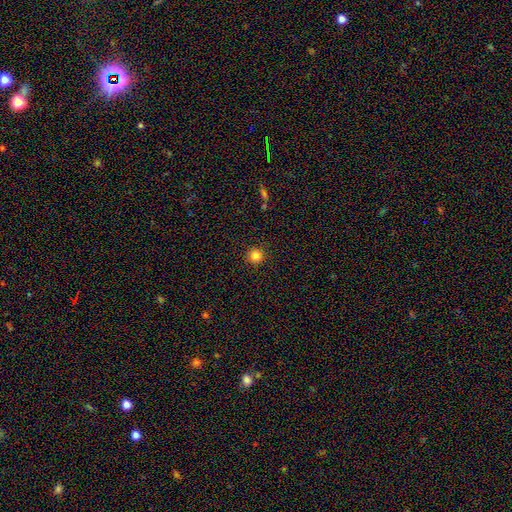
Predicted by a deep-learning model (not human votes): Smooth or featured?
  - smooth: 83% *
  - star or artifact: 12%
  - featured or disk: 5%
How rounded?
  - round: 95% *
  - in between: 4%
  - cigar-shaped: 1%
Merging?
  - none: 92% *
  - minor disturbance: 5%
  - major disturbance: 2%
  - merger: 1%